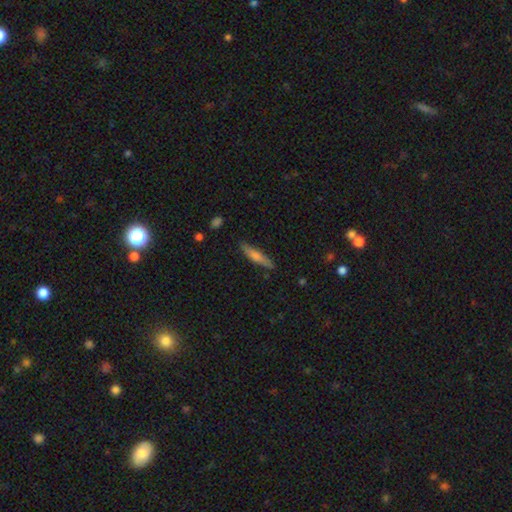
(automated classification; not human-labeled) Overall: smooth (48%; featured or disk 45%). Merging: none (87%).